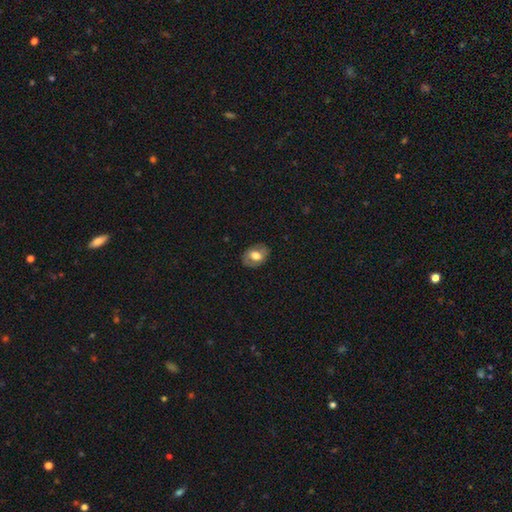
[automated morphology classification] type=smooth (58%); roundness=in between (76%); merging=none (81%).